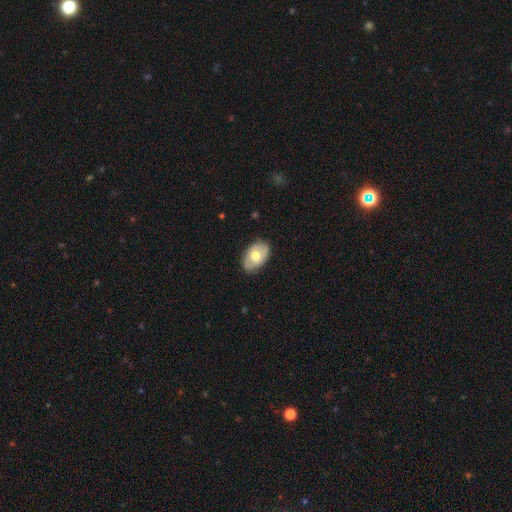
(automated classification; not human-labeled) Smooth or featured? Predicted: smooth (p=0.56). How rounded? Predicted: in between (p=0.87). Merging? Predicted: none (p=0.80).